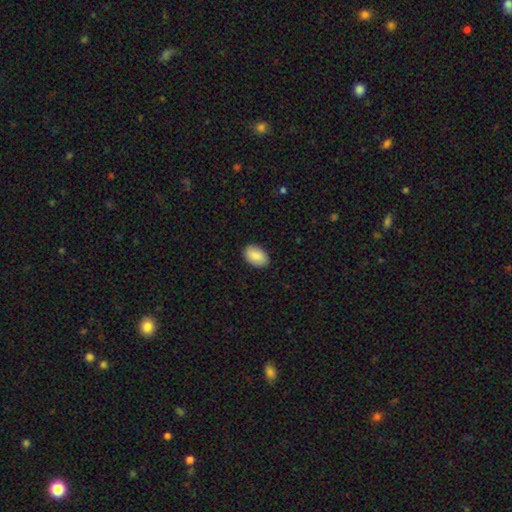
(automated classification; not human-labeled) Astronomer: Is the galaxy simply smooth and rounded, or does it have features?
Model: smooth — 90%.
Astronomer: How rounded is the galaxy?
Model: in between — 91%.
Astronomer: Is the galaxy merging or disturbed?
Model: none — 89%.